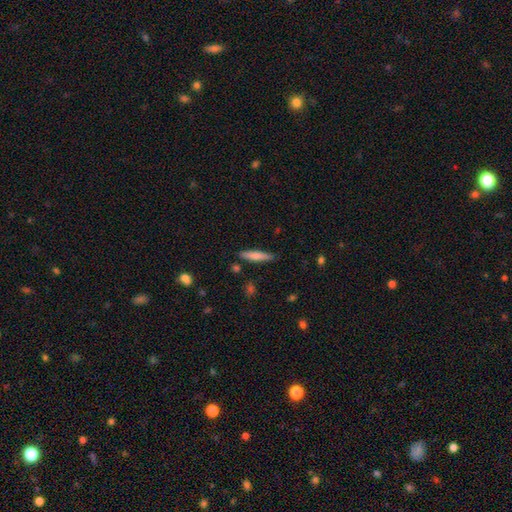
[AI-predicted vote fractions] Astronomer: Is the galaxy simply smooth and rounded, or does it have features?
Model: smooth — 69%.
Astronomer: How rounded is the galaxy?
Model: cigar-shaped — 87%.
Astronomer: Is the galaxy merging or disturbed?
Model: none — 85%.